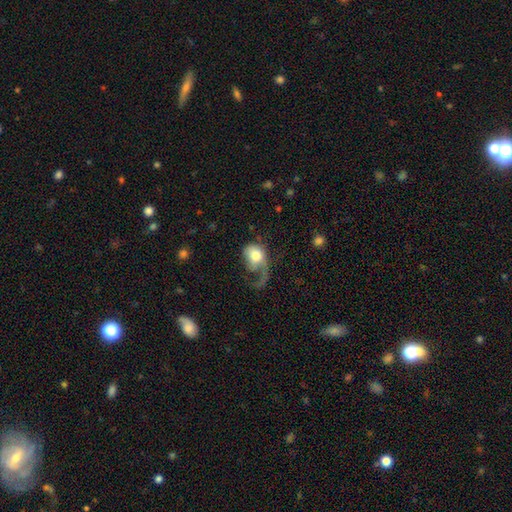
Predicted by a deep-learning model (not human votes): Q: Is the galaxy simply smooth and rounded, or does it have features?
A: smooth — 58%.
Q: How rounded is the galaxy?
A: in between — 50%.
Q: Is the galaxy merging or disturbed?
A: major disturbance — 64%.